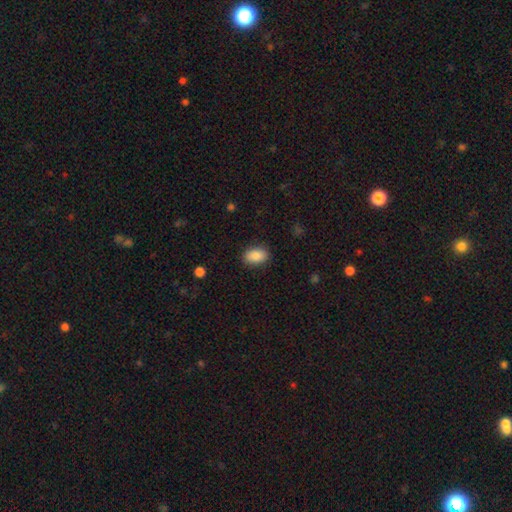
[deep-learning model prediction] smooth-or-featured: smooth: 88% | star or artifact: 7% | featured or disk: 5%
  how-rounded: in between: 89% | round: 9% | cigar-shaped: 1%
  merging: none: 87% | minor disturbance: 9% | major disturbance: 3% | merger: 1%